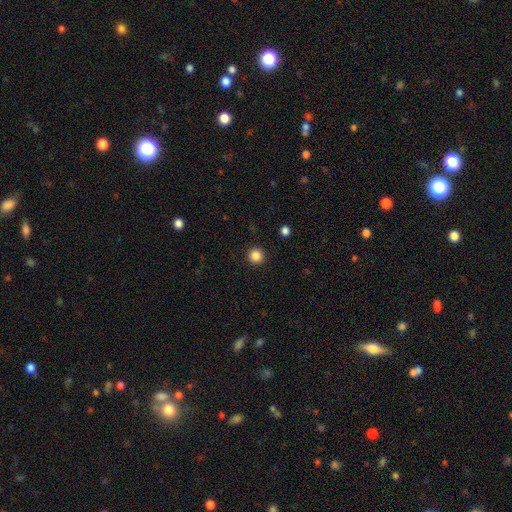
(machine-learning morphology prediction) smooth_or_featured: smooth (p=0.86) [alt: star or artifact p=0.11]
how_rounded: round (p=0.96) [alt: in between p=0.03]
merging: none (p=0.93) [alt: minor disturbance p=0.04]